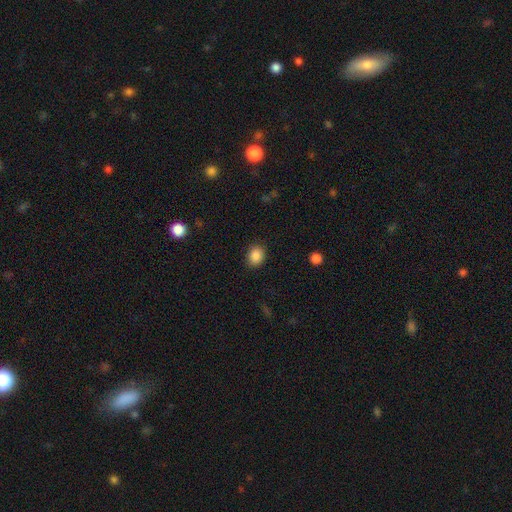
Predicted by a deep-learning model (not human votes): Smooth or featured? smooth (87%)
How rounded? round (55%)
Merging? none (87%)